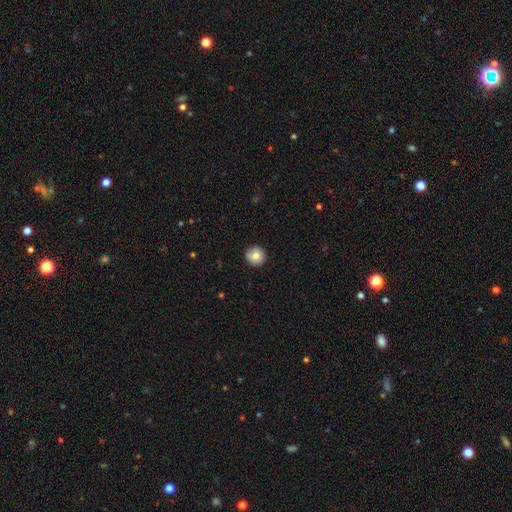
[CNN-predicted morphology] A smooth galaxy with no disk features (78%) that is round (96%). Merging: none (92%).